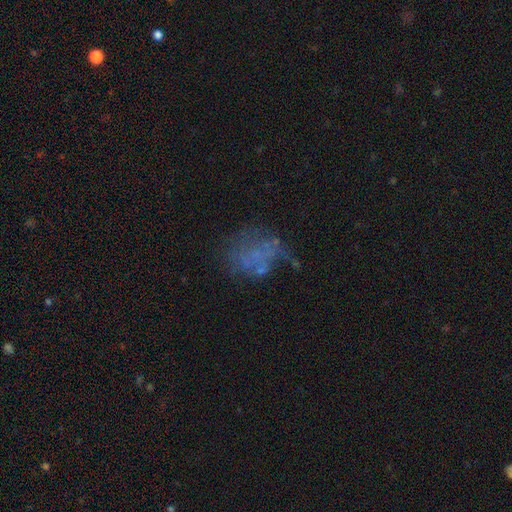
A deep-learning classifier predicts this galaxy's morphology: This is marginally a featured or disk galaxy (42%). Merging: possibly none (49%).